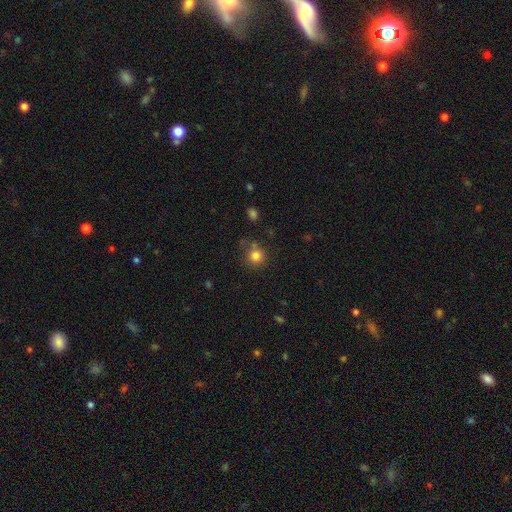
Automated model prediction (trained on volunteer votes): smooth-or-featured: smooth: 81% | star or artifact: 13% | featured or disk: 6%
  how-rounded: round: 90% | in between: 9% | cigar-shaped: 1%
  merging: none: 74% | minor disturbance: 14% | merger: 8% | major disturbance: 4%